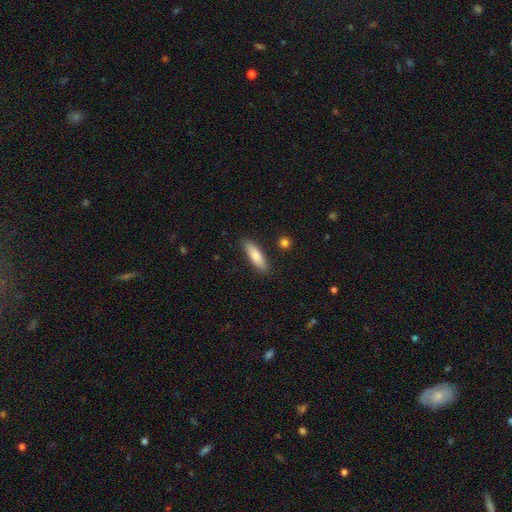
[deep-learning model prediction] A smooth galaxy with no disk features (82%) that is cigar-shaped (54%).

Vote fractions:
- Smooth or featured? smooth: 82% / featured or disk: 12% / star or artifact: 6%
- How rounded? cigar-shaped: 54% / in between: 44% / round: 2%
- Merging? none: 86% / minor disturbance: 10% / major disturbance: 2% / merger: 2%